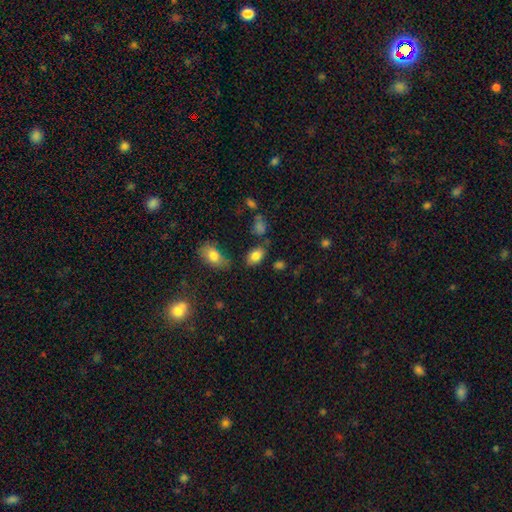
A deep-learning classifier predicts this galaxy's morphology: The model was most divided on "merging": none: 76%, minor disturbance: 15%, merger: 5%, major disturbance: 4%. More confident: how rounded — in between (88%); smooth or featured — smooth (82%).